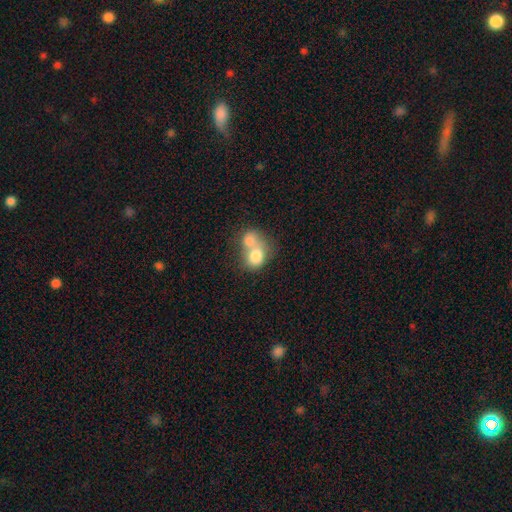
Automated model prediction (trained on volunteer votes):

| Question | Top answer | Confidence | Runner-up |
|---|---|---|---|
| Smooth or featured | smooth | 74% | featured or disk (18%) |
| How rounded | round | 53% | in between (46%) |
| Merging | merger | 73% | none (16%) |